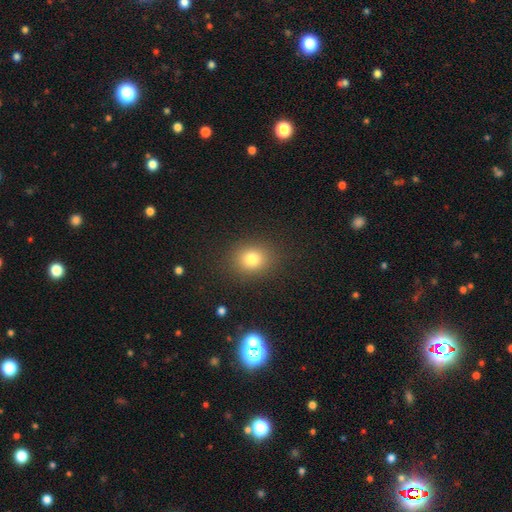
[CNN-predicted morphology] A smooth galaxy with no disk features (65%) that is round (64%). Merging: none (90%).